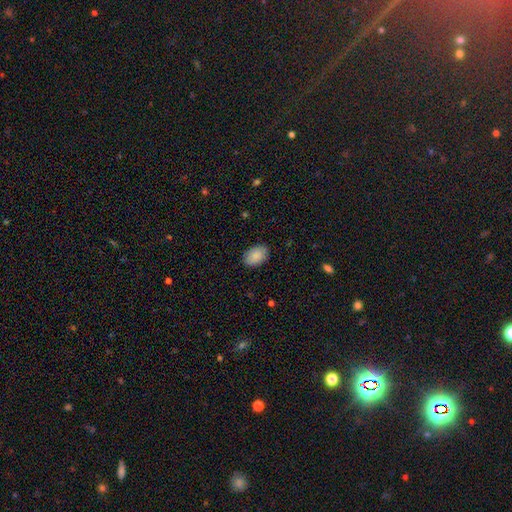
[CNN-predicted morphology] smooth 89%, star or artifact 6%, featured or disk 5%. Down the decision tree: how rounded — in between (89%); merging — none (87%).